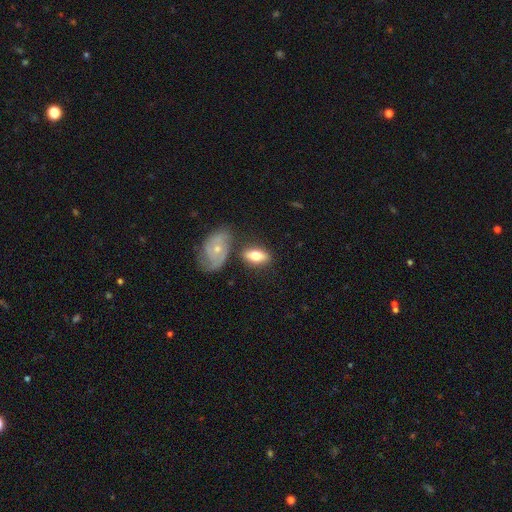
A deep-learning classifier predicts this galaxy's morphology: Smooth or featured? Predicted: smooth (p=0.62). How rounded? Predicted: in between (p=0.85). Merging? Predicted: none (p=0.64).